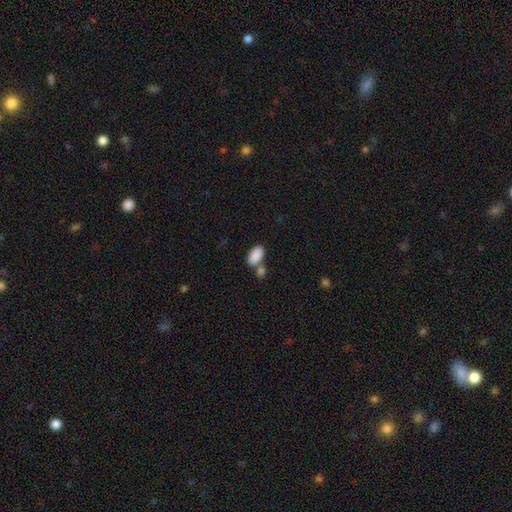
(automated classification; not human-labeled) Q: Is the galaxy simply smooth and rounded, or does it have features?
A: smooth — 88%.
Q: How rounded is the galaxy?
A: in between — 94%.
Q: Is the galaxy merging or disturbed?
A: none — 51%.